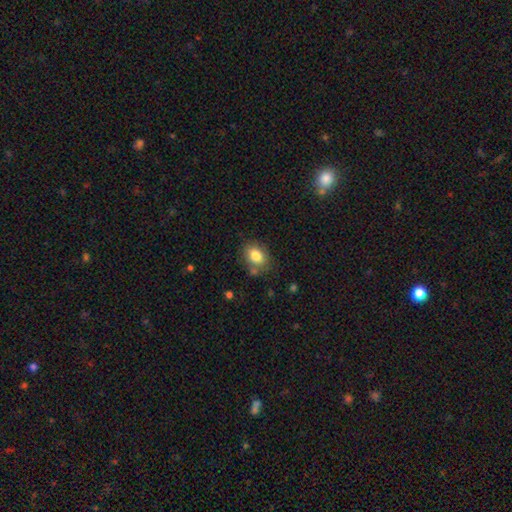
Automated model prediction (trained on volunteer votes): Smooth or featured? Predicted: smooth (p=0.81). How rounded? Predicted: in between (p=0.65). Merging? Predicted: none (p=0.75).